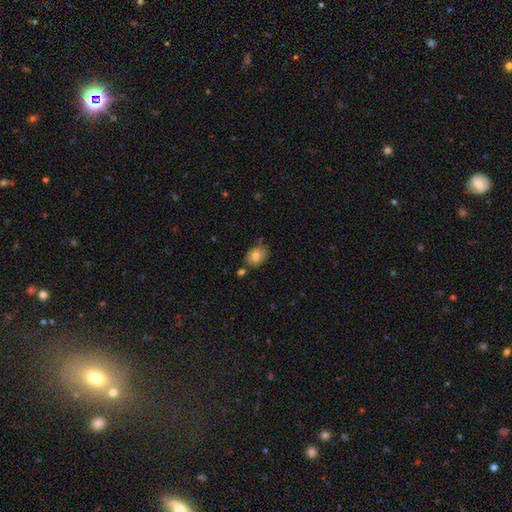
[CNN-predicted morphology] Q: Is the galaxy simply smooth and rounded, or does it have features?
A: smooth — 82%.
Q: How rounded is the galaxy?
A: in between — 59%.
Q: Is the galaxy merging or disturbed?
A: none — 76%.